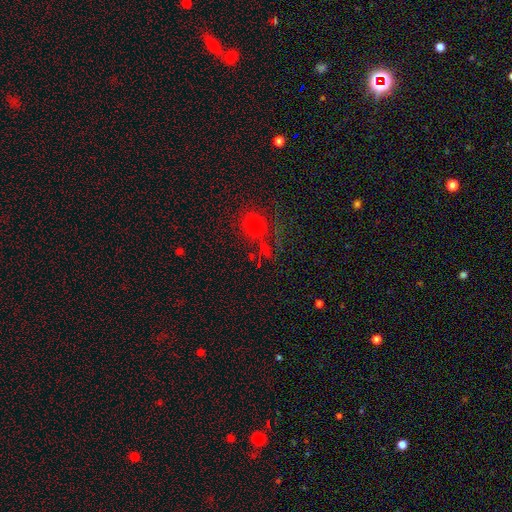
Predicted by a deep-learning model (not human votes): This is possibly a star or artifact rather than a galaxy (51%).